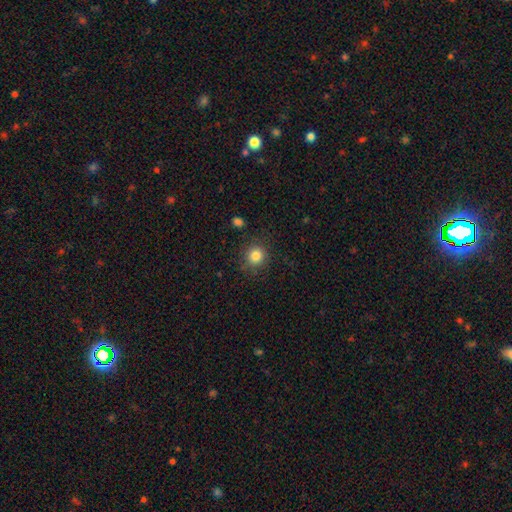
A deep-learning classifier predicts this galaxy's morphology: The model was most divided on "smooth or featured": smooth: 83%, star or artifact: 11%, featured or disk: 5%. More confident: how rounded — round (90%); merging — none (85%).